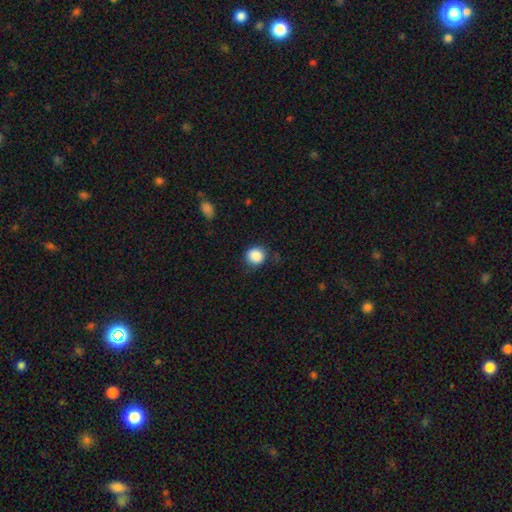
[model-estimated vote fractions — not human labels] Smooth or featured?
  - smooth: 88% *
  - star or artifact: 9%
  - featured or disk: 3%
How rounded?
  - round: 89% *
  - in between: 10%
  - cigar-shaped: 1%
Merging?
  - none: 76% *
  - minor disturbance: 17%
  - major disturbance: 5%
  - merger: 2%